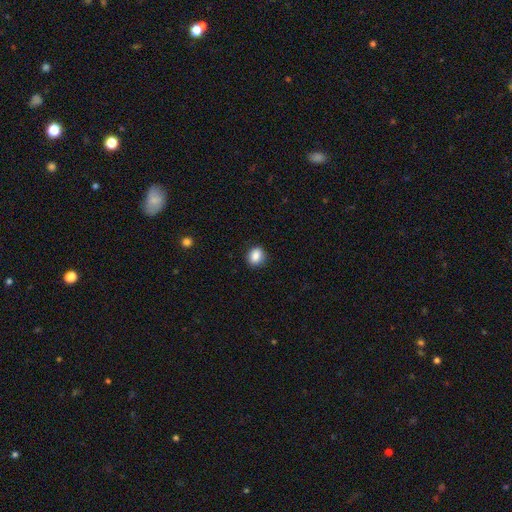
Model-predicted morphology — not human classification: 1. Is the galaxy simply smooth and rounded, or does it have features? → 86% smooth, 9% star or artifact, 5% featured or disk.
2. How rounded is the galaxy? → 59% round, 40% in between, 1% cigar-shaped.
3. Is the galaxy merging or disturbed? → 87% none, 10% minor disturbance, 2% major disturbance, 1% merger.